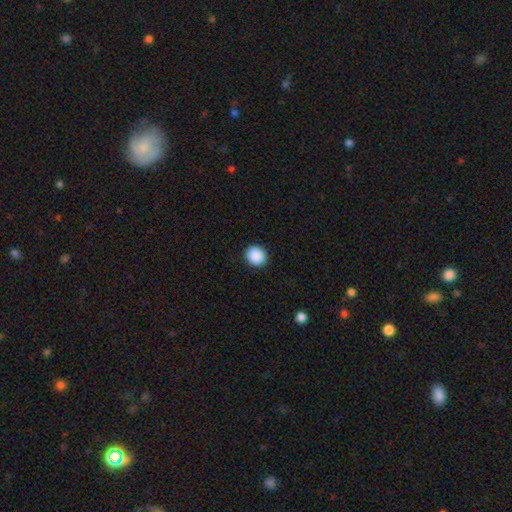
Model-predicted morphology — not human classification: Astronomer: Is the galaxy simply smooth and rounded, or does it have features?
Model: smooth — 90%.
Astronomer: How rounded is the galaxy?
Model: round — 82%.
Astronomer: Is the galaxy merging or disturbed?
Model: none — 91%.